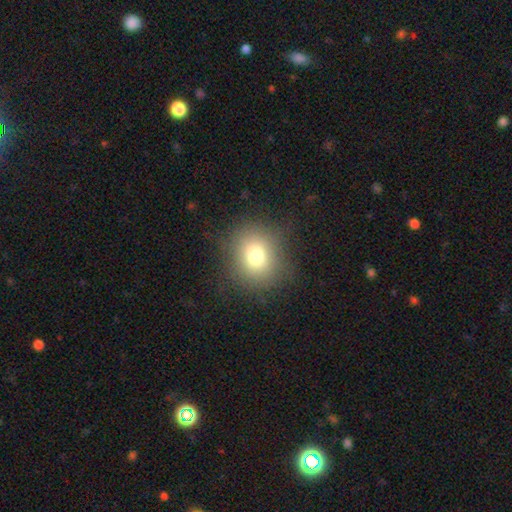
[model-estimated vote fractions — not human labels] smooth 77%, star or artifact 12%, featured or disk 10%. Down the decision tree: how rounded — round (78%); merging — none (84%).